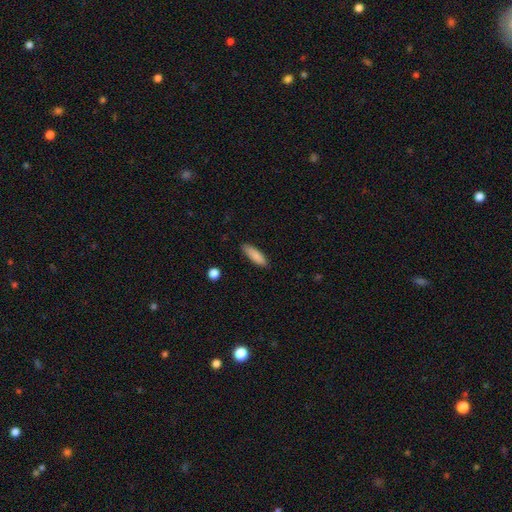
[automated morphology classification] This appears to be a smooth galaxy with no disk features (86%) that is cigar-shaped (59%). Merging: none (85%).